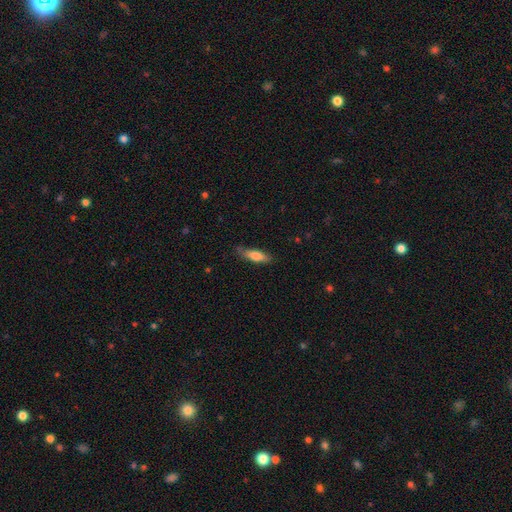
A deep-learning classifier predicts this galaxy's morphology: type=smooth (73%); roundness=cigar-shaped (62%); merging=none (76%).